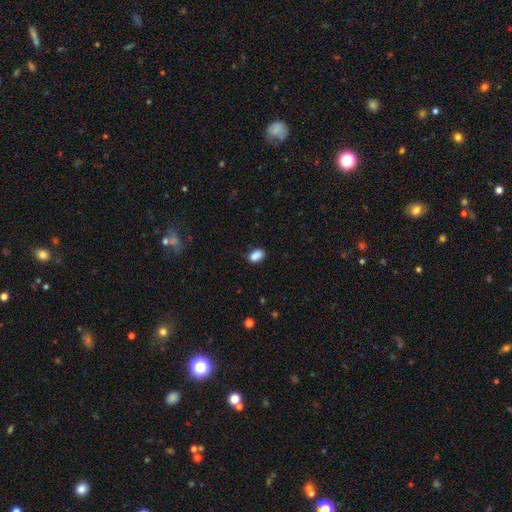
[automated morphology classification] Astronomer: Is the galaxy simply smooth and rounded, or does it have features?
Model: smooth — 88%.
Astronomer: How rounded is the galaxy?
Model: in between — 87%.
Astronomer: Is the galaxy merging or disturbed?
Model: none — 81%.